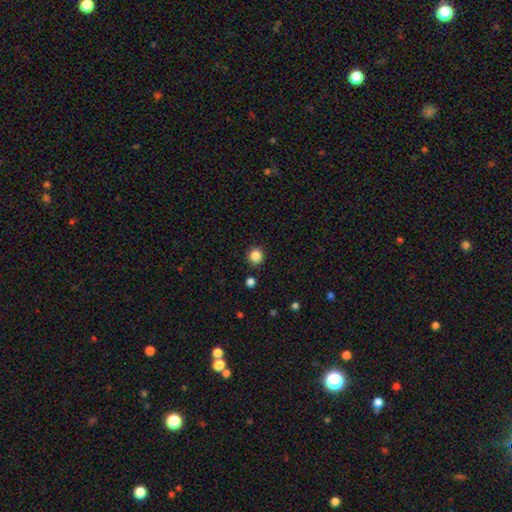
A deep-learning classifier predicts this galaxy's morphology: A smooth galaxy with no disk features (85%) that is round (94%).

Vote fractions:
- Smooth or featured? smooth: 85% / star or artifact: 11% / featured or disk: 4%
- How rounded? round: 94% / in between: 5% / cigar-shaped: 1%
- Merging? none: 90% / minor disturbance: 6% / merger: 2% / major disturbance: 2%